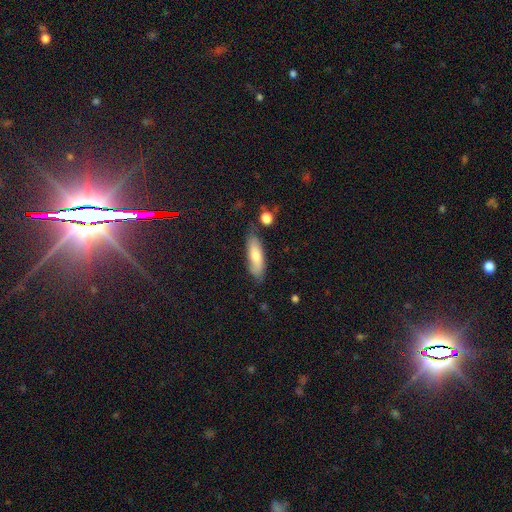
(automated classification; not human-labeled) The model was most divided on "how rounded": in between: 50%, cigar-shaped: 48%, round: 2%. More confident: merging — none (75%); smooth or featured — smooth (67%).